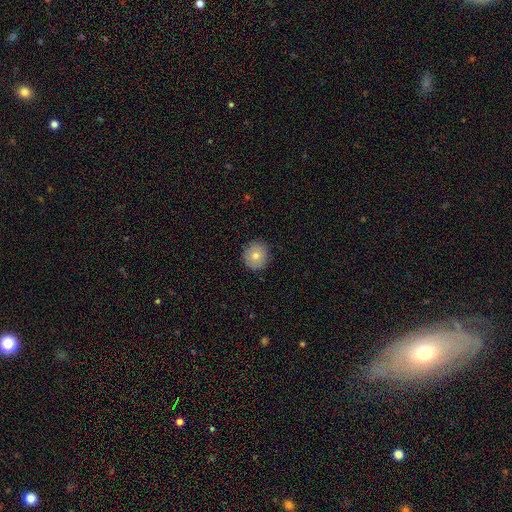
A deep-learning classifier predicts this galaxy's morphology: This is likely a smooth galaxy (78%). How rounded: clearly round (89%). Merging: clearly none (88%).